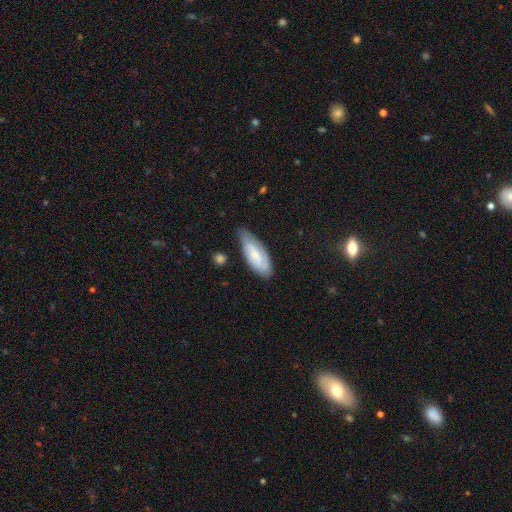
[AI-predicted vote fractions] A smooth galaxy with no disk features (61%) that is in between round and cigar-shaped (73%).

Vote fractions:
- Smooth or featured? smooth: 61% / featured or disk: 33% / star or artifact: 6%
- How rounded? in between: 73% / cigar-shaped: 25% / round: 2%
- Merging? none: 58% / minor disturbance: 33% / major disturbance: 7% / merger: 2%